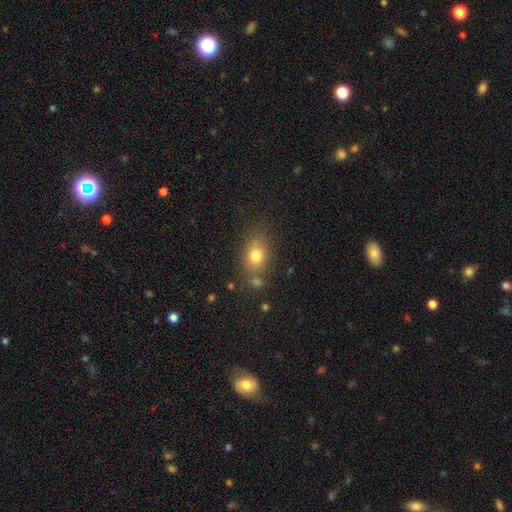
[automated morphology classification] smooth_or_featured: smooth (p=0.77) [alt: star or artifact p=0.11]
how_rounded: in between (p=0.65) [alt: round p=0.33]
merging: none (p=0.67) [alt: minor disturbance p=0.16]